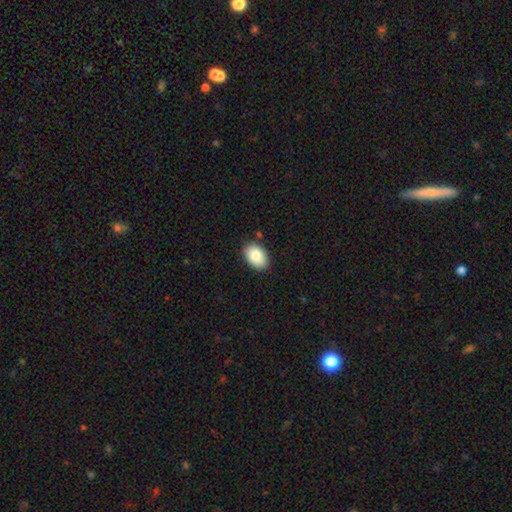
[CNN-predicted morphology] This is clearly a smooth galaxy (86%). How rounded: clearly in between (89%). Merging: clearly none (86%).